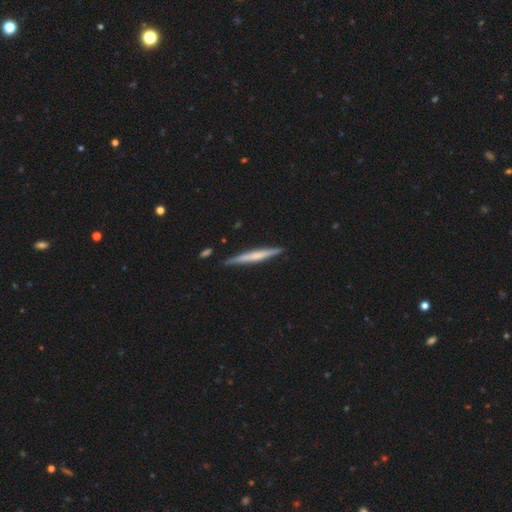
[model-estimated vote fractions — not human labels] smooth_or_featured: featured or disk (p=0.52) [alt: smooth p=0.43]
disk_edge_on: yes (p=0.97) [alt: no p=0.03]
edge_on_bulge: none (p=0.55) [alt: rounded p=0.33]
merging: none (p=0.86) [alt: minor disturbance p=0.10]